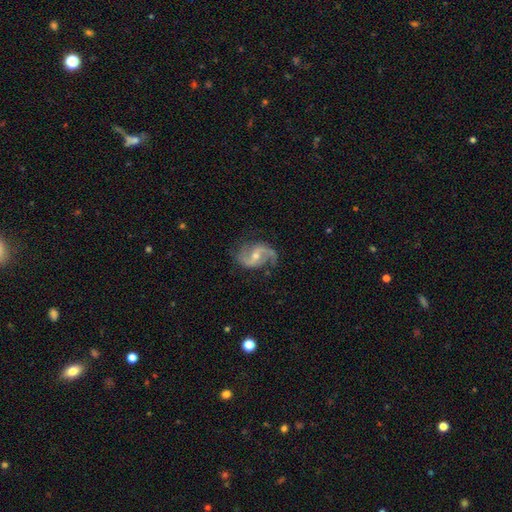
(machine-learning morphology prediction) A featured or disk galaxy (90%) with a weak bar (46%), 2 (92%) loose (50%) spiral arms (97%) and a small central bulge (51%).

Vote fractions:
- Smooth or featured? featured or disk: 90% / star or artifact: 5% / smooth: 5%
- Edge-on disk? no: 98% / yes: 2%
- Bar? weak: 46% / no: 33% / strong: 20%
- Spiral arms? yes: 97% / no: 3%
- Spiral winding? loose: 50% / medium: 40% / tight: 10%
- Spiral arm count? 2: 92% / can't tell: 2% / 1: 2% / 3: 1% / 4: 1% / more than 4: 1%
- Bulge size? small: 51% / moderate: 45% / none: 2% / large: 1% / dominant: 1%
- Merging? none: 77% / minor disturbance: 15% / major disturbance: 6% / merger: 1%